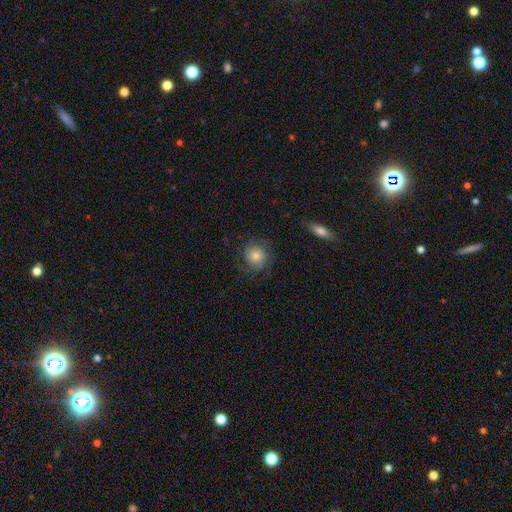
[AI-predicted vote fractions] Smooth or featured? smooth (55%)
How rounded? round (88%)
Merging? none (74%)